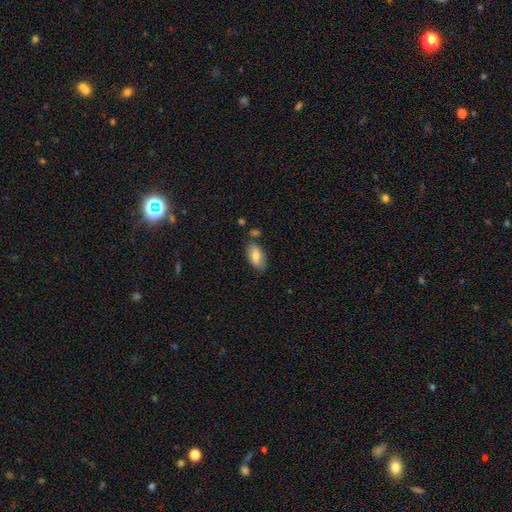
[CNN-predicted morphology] smooth_or_featured: smooth (p=0.76) [alt: featured or disk p=0.18]
how_rounded: in between (p=0.93) [alt: cigar-shaped p=0.04]
merging: none (p=0.69) [alt: minor disturbance p=0.20]